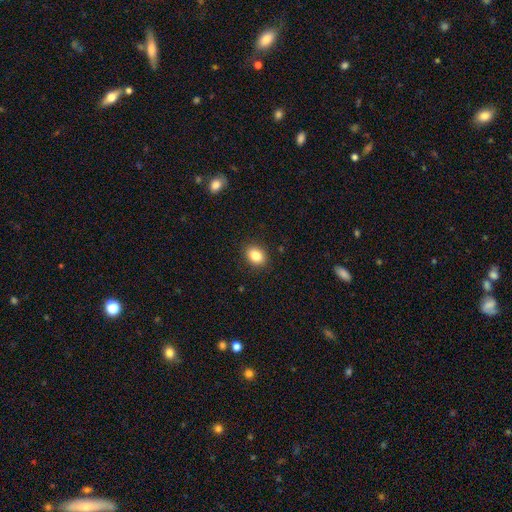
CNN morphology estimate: Smooth or featured: smooth — 85% (star or artifact — 9%)
How rounded: in between — 64% (round — 35%)
Merging: none — 89% (minor disturbance — 7%)